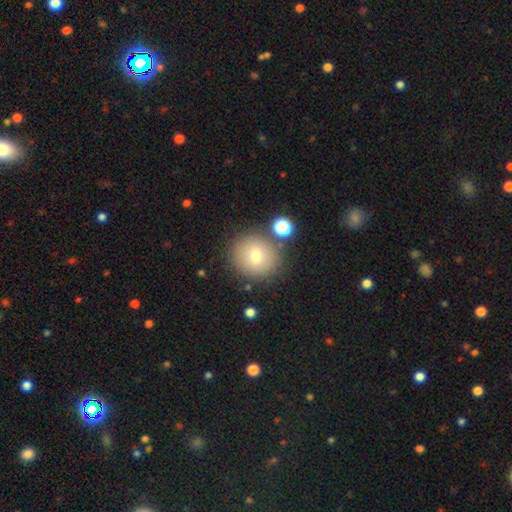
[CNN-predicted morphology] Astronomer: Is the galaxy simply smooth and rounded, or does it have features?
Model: smooth — 74%.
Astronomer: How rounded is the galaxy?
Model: round — 90%.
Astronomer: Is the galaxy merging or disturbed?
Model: none — 79%.